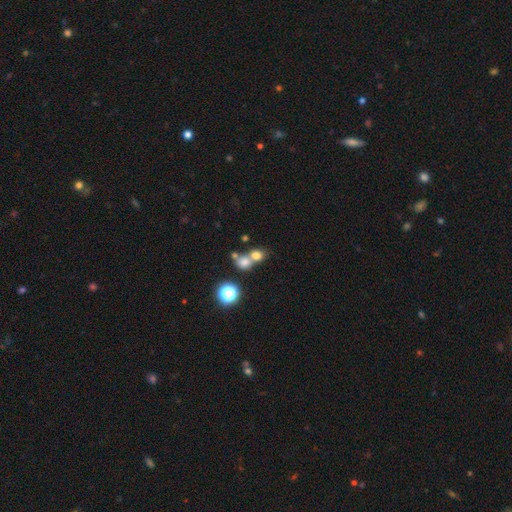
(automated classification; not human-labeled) This is likely a smooth galaxy (73%). How rounded: likely round (68%). Merging: possibly merger (52%).